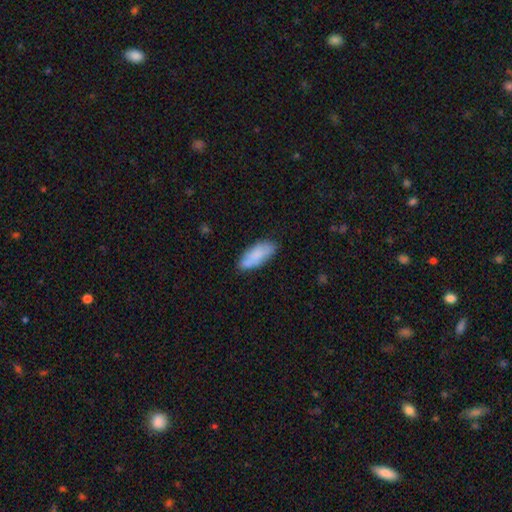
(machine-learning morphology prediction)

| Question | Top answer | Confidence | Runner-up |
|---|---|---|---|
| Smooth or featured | smooth | 81% | featured or disk (13%) |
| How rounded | in between | 78% | cigar-shaped (21%) |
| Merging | none | 72% | minor disturbance (21%) |